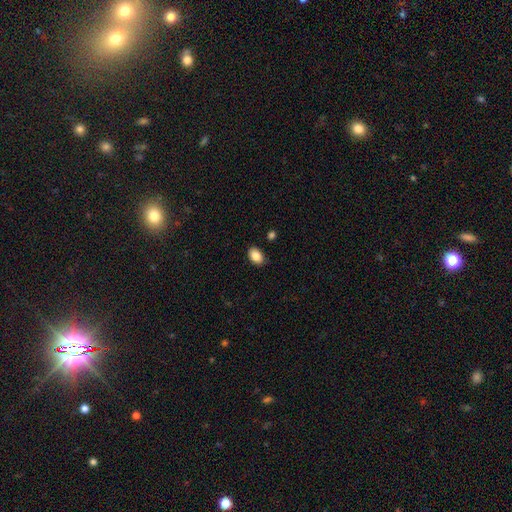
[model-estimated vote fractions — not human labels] The model was most divided on "how rounded": in between: 85%, round: 14%, cigar-shaped: 1%. More confident: smooth or featured — smooth (87%); merging — none (85%).